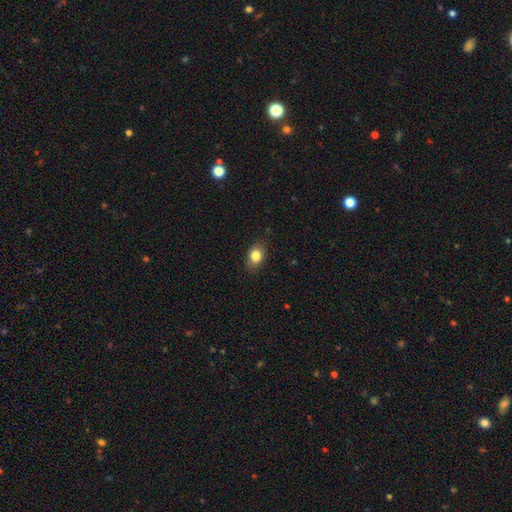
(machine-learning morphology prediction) Q: Smooth or featured?
A: smooth (83%); runner-up: star or artifact (9%)
Q: How rounded?
A: in between (72%); runner-up: round (26%)
Q: Merging?
A: none (83%); runner-up: minor disturbance (13%)